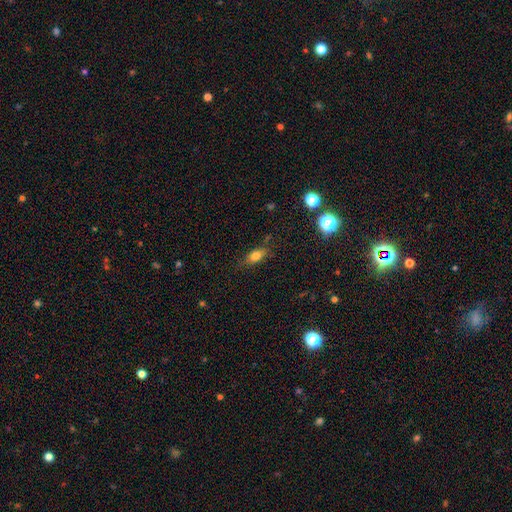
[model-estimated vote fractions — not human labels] Smooth or featured? Predicted: smooth (p=0.70). How rounded? Predicted: in between (p=0.72). Merging? Predicted: none (p=0.73).